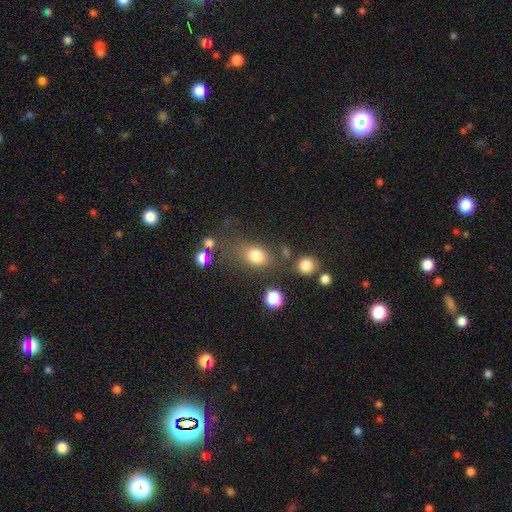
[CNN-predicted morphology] smooth-or-featured: smooth: 79% | star or artifact: 12% | featured or disk: 9%
  how-rounded: in between: 62% | round: 35% | cigar-shaped: 2%
  merging: none: 62% | minor disturbance: 18% | major disturbance: 11% | merger: 9%